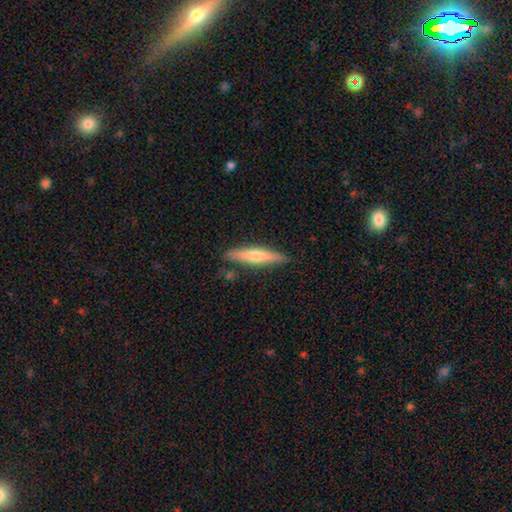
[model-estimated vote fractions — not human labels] featured or disk 47% (tied), smooth 47% (tied), star or artifact 6%. Down the decision tree: merging — none (86%).